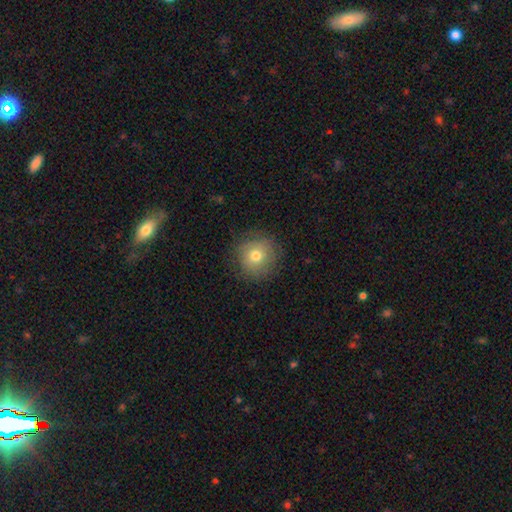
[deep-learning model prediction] Overall: smooth (73%). How rounded: round (92%). Merging: none (83%).